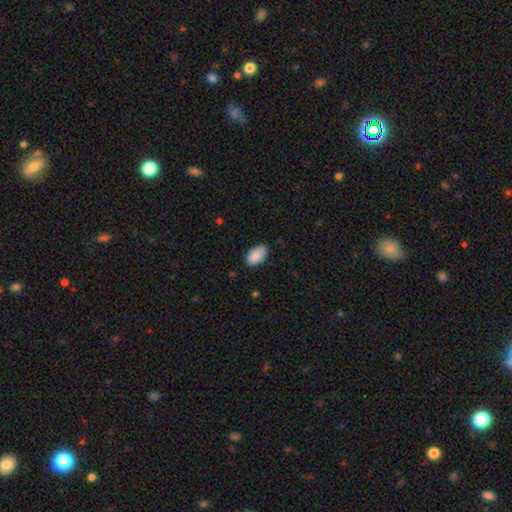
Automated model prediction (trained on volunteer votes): Smooth or featured? Predicted: smooth (p=0.89). How rounded? Predicted: in between (p=0.95). Merging? Predicted: none (p=0.81).